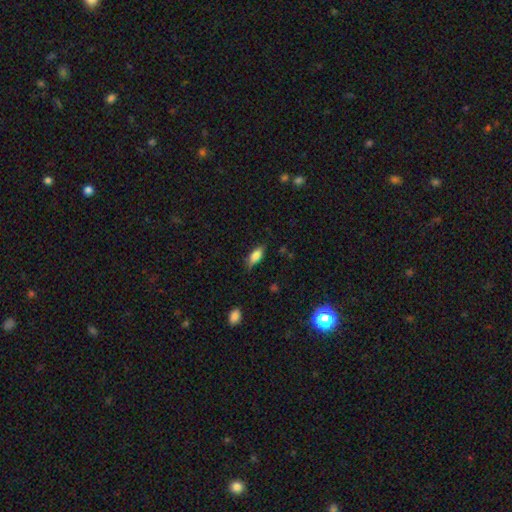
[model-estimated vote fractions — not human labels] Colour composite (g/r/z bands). It shows a smooth galaxy with no disk features (81%) that is in between round and cigar-shaped (80%). Merging: none (75%).